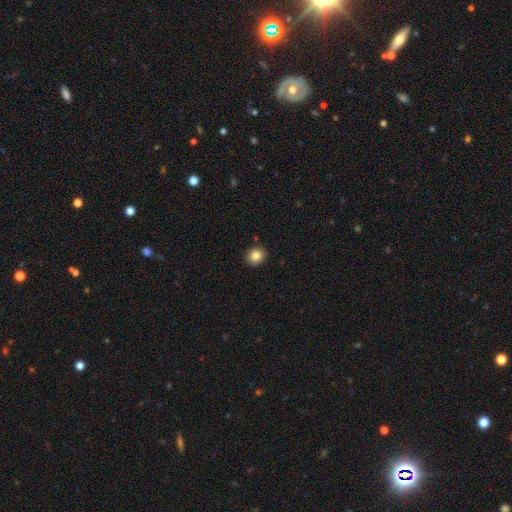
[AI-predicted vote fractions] Overall: smooth (83%). How rounded: round (75%). Merging: none (90%).